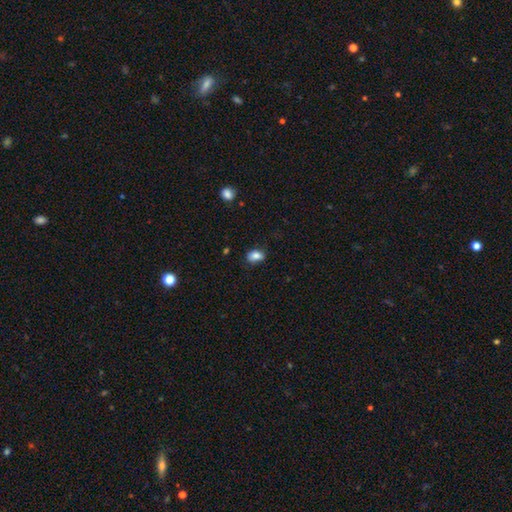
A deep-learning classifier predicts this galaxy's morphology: Smooth or featured: smooth — 84% (star or artifact — 9%)
How rounded: in between — 77% (round — 21%)
Merging: none — 73% (minor disturbance — 21%)